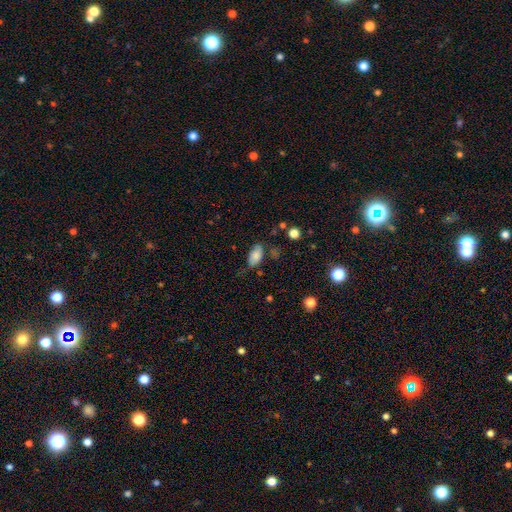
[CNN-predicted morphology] A smooth galaxy with no disk features (83%) that is in between round and cigar-shaped (92%).

Vote fractions:
- Smooth or featured? smooth: 83% / featured or disk: 9% / star or artifact: 8%
- How rounded? in between: 92% / cigar-shaped: 5% / round: 3%
- Merging? none: 62% / minor disturbance: 27% / major disturbance: 7% / merger: 4%